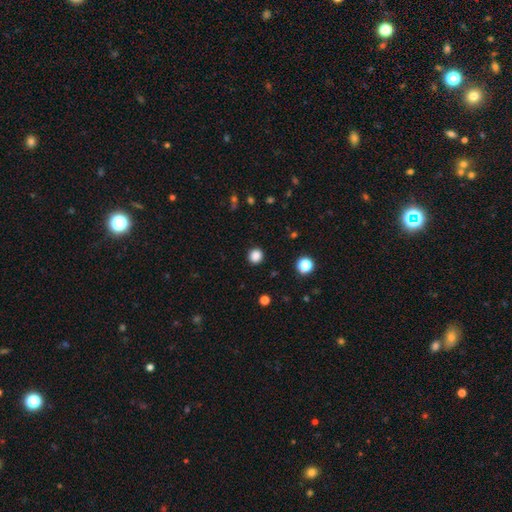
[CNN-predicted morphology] smooth 86%, star or artifact 12%, featured or disk 3%. Down the decision tree: how rounded — round (90%); merging — none (91%).